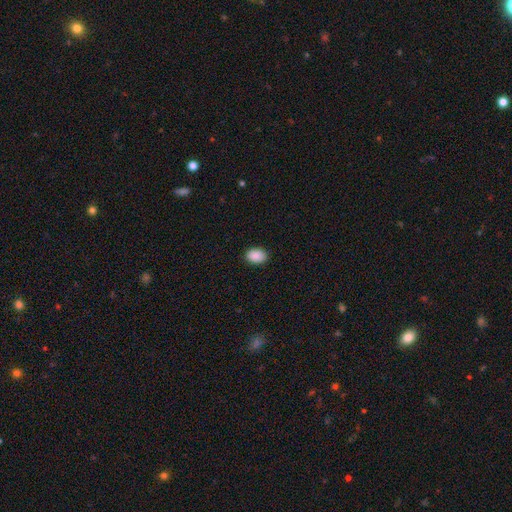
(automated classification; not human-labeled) Morphology: type=smooth (89%); roundness=in between (81%); merging=none (89%).